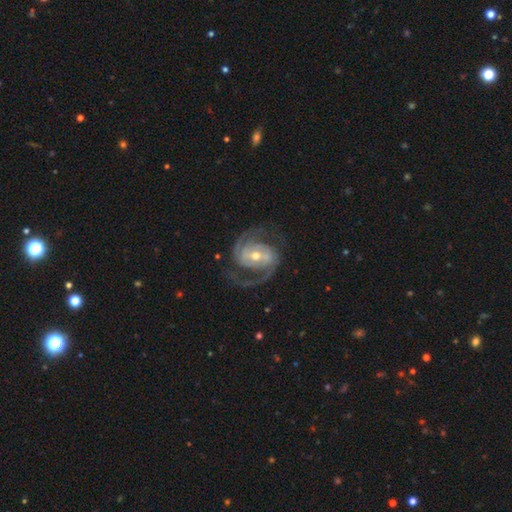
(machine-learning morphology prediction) Smooth or featured: featured or disk — 92% (star or artifact — 4%)
Edge-on disk: no — 98% (yes — 2%)
Bar: weak — 39% (strong — 31%)
Spiral arms: yes — 98% (no — 2%)
Spiral winding: medium — 55% (tight — 29%)
Spiral arm count: 2 — 89% (3 — 4%)
Bulge size: moderate — 58% (small — 37%)
Merging: none — 76% (minor disturbance — 13%)